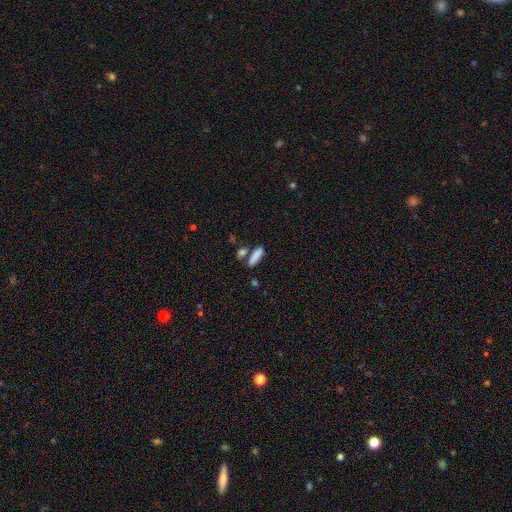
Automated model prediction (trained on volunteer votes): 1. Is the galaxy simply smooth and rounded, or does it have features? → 84% smooth, 8% featured or disk, 8% star or artifact.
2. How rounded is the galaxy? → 60% cigar-shaped, 37% in between, 3% round.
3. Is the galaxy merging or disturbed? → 64% none, 19% merger, 13% minor disturbance, 4% major disturbance.